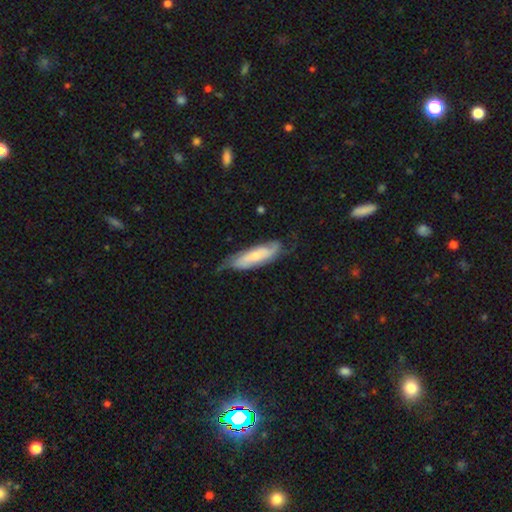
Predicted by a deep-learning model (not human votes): A featured or disk galaxy (54%).

Vote fractions:
- Smooth or featured? featured or disk: 54% / smooth: 40% / star or artifact: 6%
- Edge-on disk? no: 77% / yes: 23%
- Merging? none: 59% / minor disturbance: 28% / major disturbance: 11% / merger: 2%